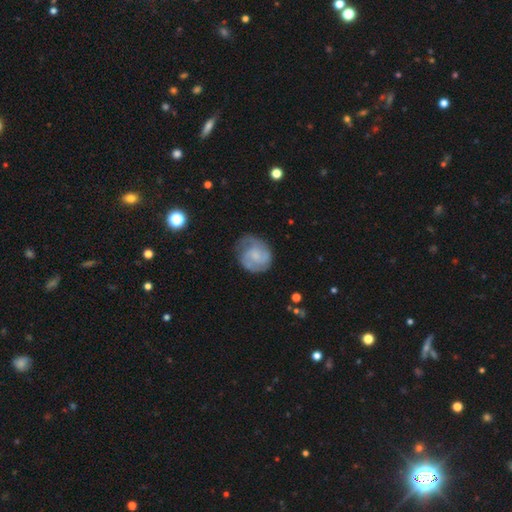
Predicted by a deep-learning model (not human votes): A featured or disk galaxy (60%) with no bar (58%), 2 (53%) medium (44%) spiral arms (88%) and a small central bulge (46%).

Vote fractions:
- Smooth or featured? featured or disk: 60% / smooth: 33% / star or artifact: 7%
- Edge-on disk? no: 98% / yes: 2%
- Bar? no: 58% / weak: 37% / strong: 5%
- Spiral arms? yes: 88% / no: 12%
- Spiral winding? medium: 44% / tight: 39% / loose: 17%
- Spiral arm count? 2: 53% / can't tell: 22% / 3: 13% / 1: 7% / 4: 3% / more than 4: 2%
- Bulge size? small: 46% / none: 26% / moderate: 24% / large: 3% / dominant: 1%
- Merging? none: 61% / minor disturbance: 25% / major disturbance: 12% / merger: 2%